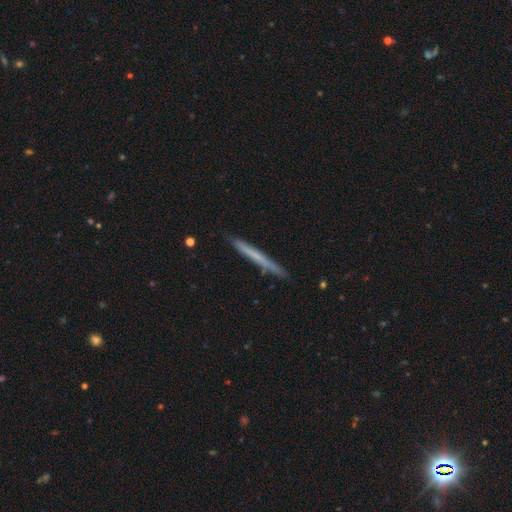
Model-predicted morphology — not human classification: Smooth or featured: smooth — 54% (featured or disk — 40%)
How rounded: cigar-shaped — 97% (in between — 2%)
Merging: none — 89% (minor disturbance — 8%)